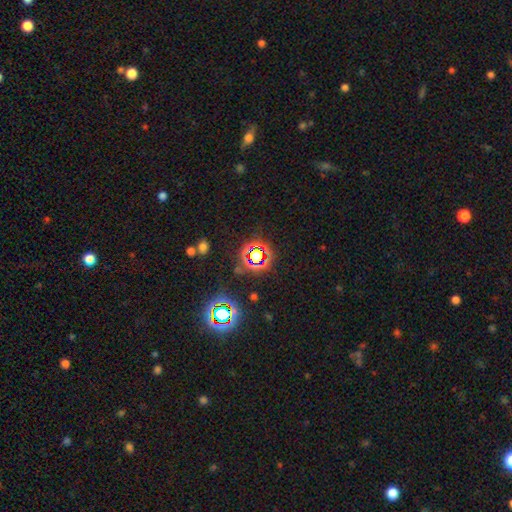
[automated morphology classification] type=star or artifact (73%).